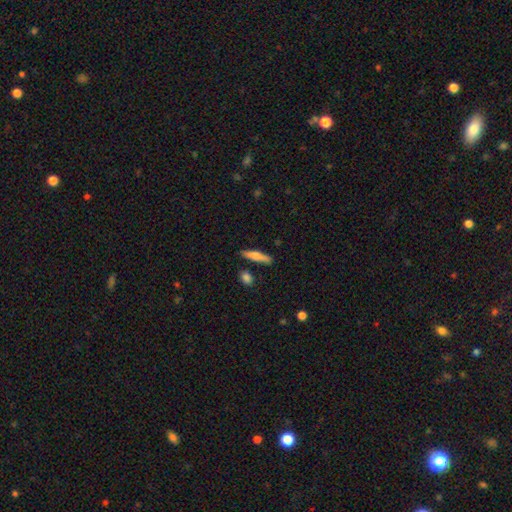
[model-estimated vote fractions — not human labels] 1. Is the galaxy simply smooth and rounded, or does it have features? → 63% smooth, 31% featured or disk, 6% star or artifact.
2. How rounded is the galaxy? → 85% cigar-shaped, 13% in between, 2% round.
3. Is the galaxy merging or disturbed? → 82% none, 11% minor disturbance, 4% merger, 2% major disturbance.